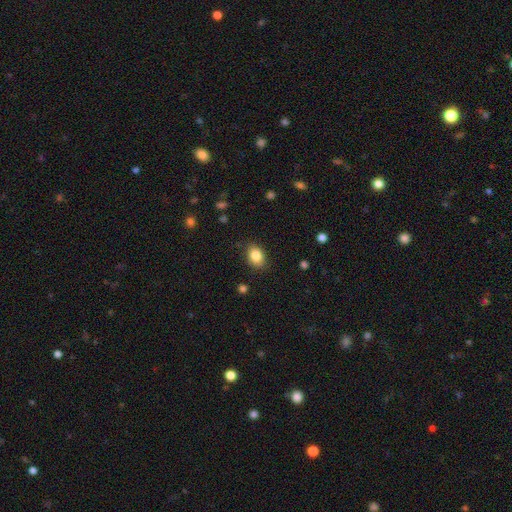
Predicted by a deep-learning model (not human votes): smooth_or_featured: smooth (p=0.86) [alt: star or artifact p=0.08]
how_rounded: in between (p=0.76) [alt: round p=0.23]
merging: none (p=0.84) [alt: minor disturbance p=0.13]